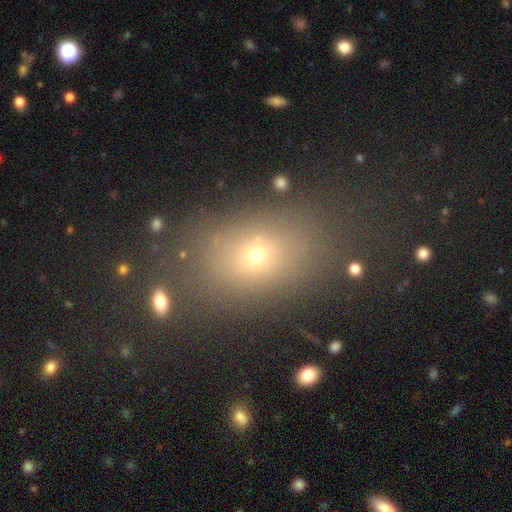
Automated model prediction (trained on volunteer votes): smooth-or-featured: smooth: 64% | star or artifact: 22% | featured or disk: 14%
  how-rounded: in between: 65% | round: 33% | cigar-shaped: 2%
  merging: none: 78% | minor disturbance: 12% | major disturbance: 7% | merger: 3%